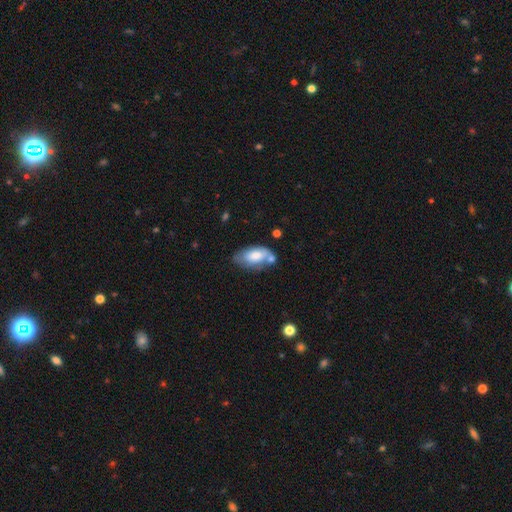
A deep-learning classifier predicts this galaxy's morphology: This is likely a smooth galaxy (68%). How rounded: clearly in between (92%). Merging: marginally none (44%).